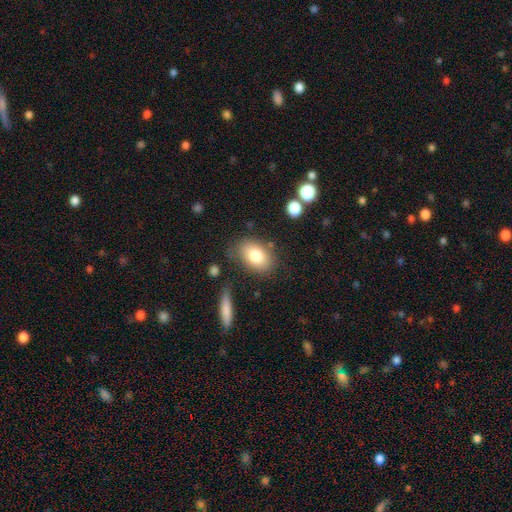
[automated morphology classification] smooth-or-featured: smooth: 79% | featured or disk: 13% | star or artifact: 8%
  how-rounded: in between: 84% | round: 14% | cigar-shaped: 2%
  merging: none: 74% | minor disturbance: 16% | major disturbance: 5% | merger: 5%